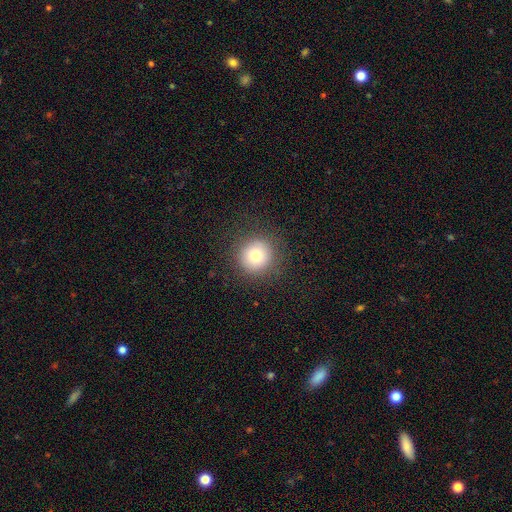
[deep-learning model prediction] Q: Smooth or featured?
A: smooth (76%); runner-up: star or artifact (12%)
Q: How rounded?
A: round (94%); runner-up: in between (5%)
Q: Merging?
A: none (88%); runner-up: minor disturbance (7%)